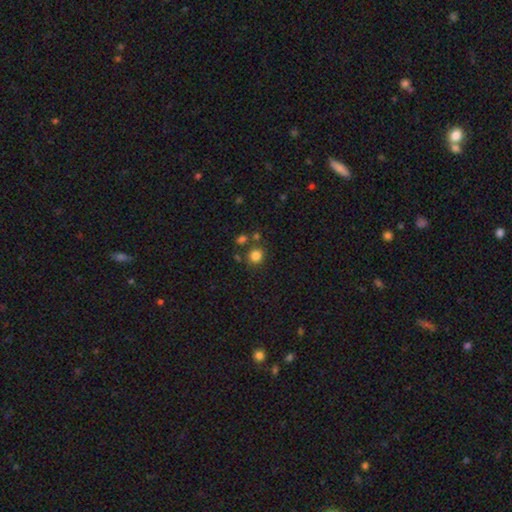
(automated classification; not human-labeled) Smooth or featured: smooth — 83% (star or artifact — 13%)
How rounded: round — 86% (in between — 13%)
Merging: none — 78% (merger — 10%)